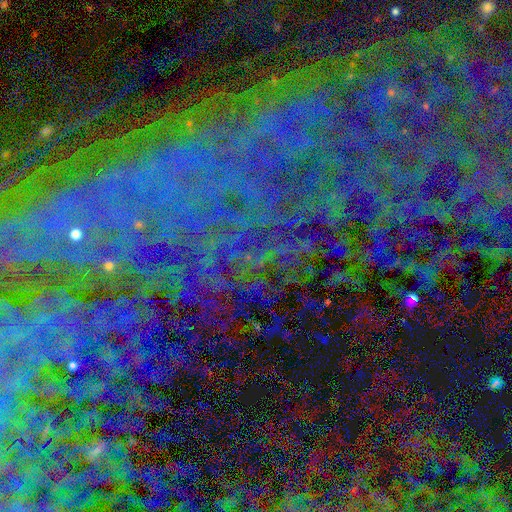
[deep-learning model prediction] Smooth or featured?
  - star or artifact: 81% *
  - featured or disk: 10%
  - smooth: 9%